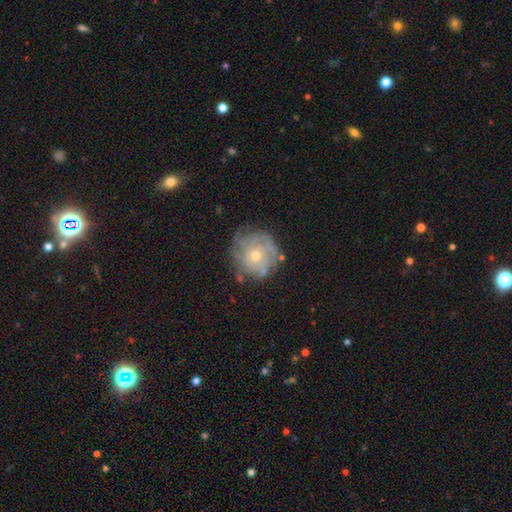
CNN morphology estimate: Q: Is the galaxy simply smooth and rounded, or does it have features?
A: featured or disk — 62%.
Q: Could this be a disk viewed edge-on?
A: no — 97%.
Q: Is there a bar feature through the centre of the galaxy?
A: no — 87%.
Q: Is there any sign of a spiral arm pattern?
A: yes — 67%.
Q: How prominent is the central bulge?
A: small — 54%.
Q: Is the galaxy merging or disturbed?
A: none — 72%.